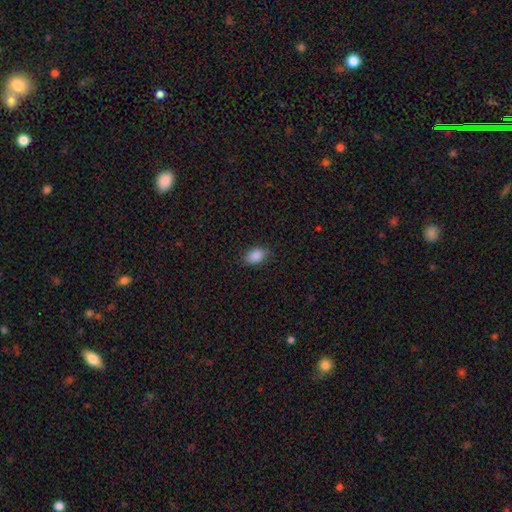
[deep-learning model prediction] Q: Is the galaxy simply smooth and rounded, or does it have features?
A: smooth — 89%.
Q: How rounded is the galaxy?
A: in between — 87%.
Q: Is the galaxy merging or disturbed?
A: none — 84%.